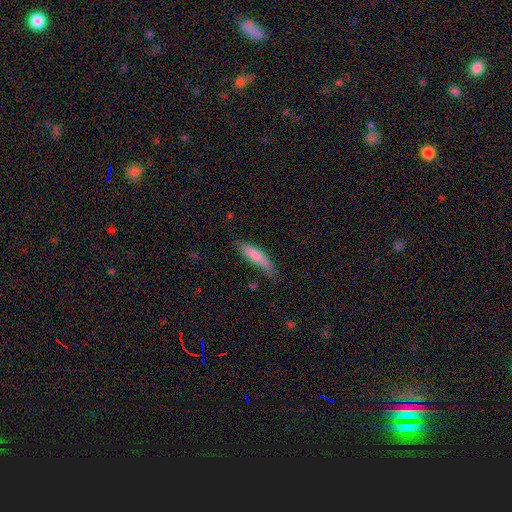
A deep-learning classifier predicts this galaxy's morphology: This is clearly a smooth galaxy (81%). How rounded: likely cigar-shaped (74%). Merging: likely none (64%).